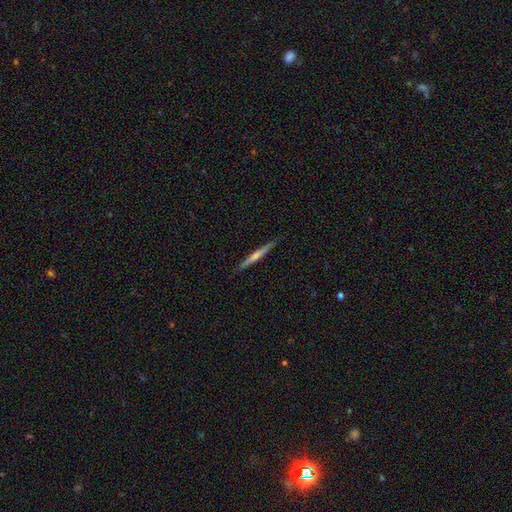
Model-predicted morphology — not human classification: A featured or disk galaxy (67%) viewed edge-on (98%) with a rounded central bulge (69%). Merging: none (92%).